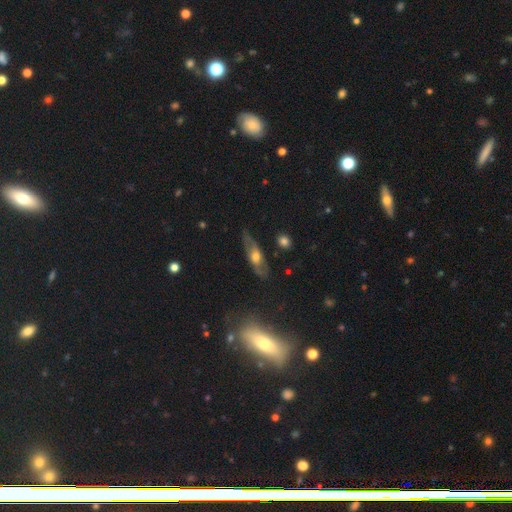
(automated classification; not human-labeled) Smooth or featured?
  - featured or disk: 57% *
  - smooth: 35%
  - star or artifact: 8%
Edge-on disk?
  - no: 54% *
  - yes: 46%
Merging?
  - none: 72% *
  - minor disturbance: 19%
  - major disturbance: 6%
  - merger: 2%